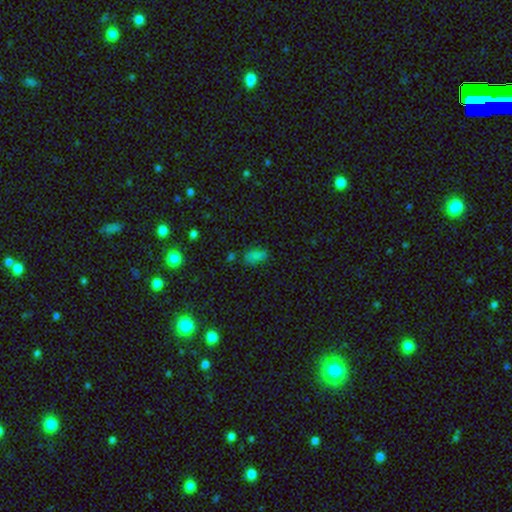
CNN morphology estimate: Overall: smooth (73%). How rounded: in between (91%). Merging: none (64%).